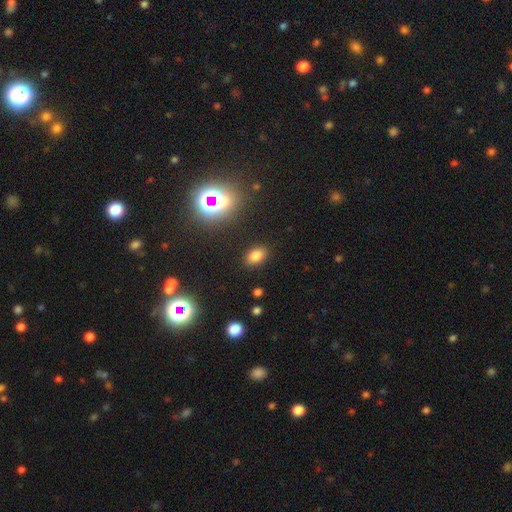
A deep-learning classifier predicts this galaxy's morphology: Q: Smooth or featured?
A: smooth (77%); runner-up: star or artifact (16%)
Q: How rounded?
A: in between (85%); runner-up: round (13%)
Q: Merging?
A: none (87%); runner-up: minor disturbance (9%)